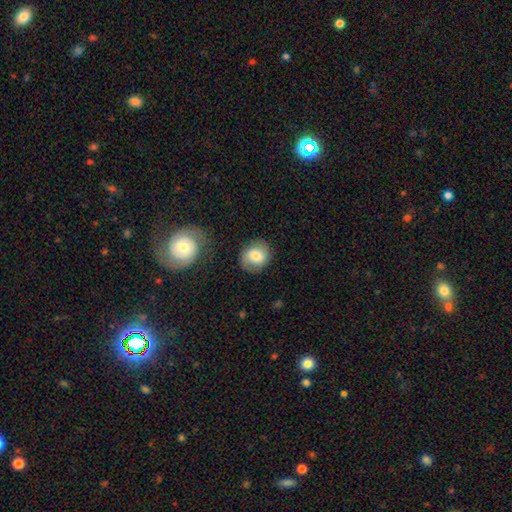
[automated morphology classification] This appears to be a smooth galaxy with no disk features (69%) that is round (70%). Merging: none (76%).